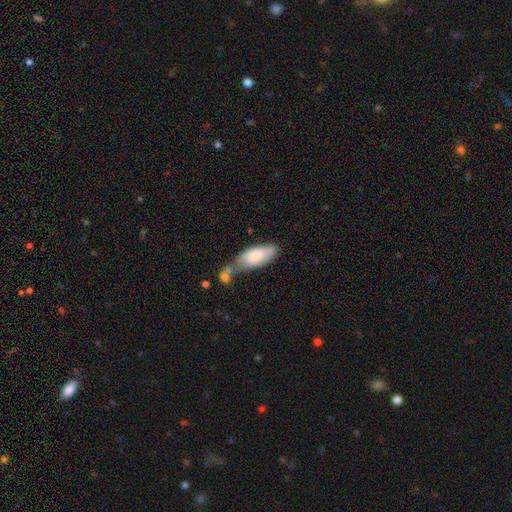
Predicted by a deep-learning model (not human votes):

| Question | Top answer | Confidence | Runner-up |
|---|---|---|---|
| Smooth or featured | smooth | 73% | featured or disk (21%) |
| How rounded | in between | 79% | cigar-shaped (19%) |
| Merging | none | 38% | merger (28%) |